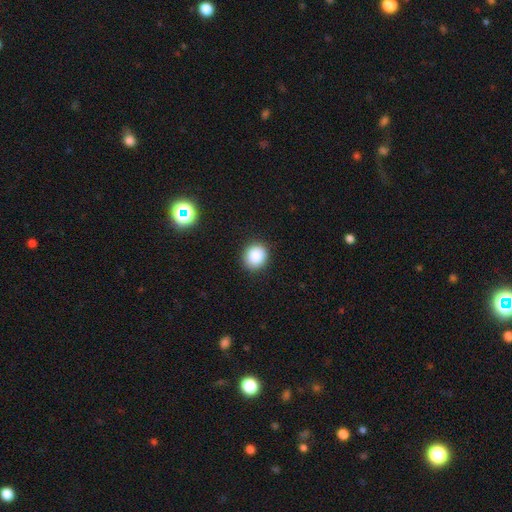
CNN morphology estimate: Overall: smooth (87%). How rounded: round (82%). Merging: none (90%).